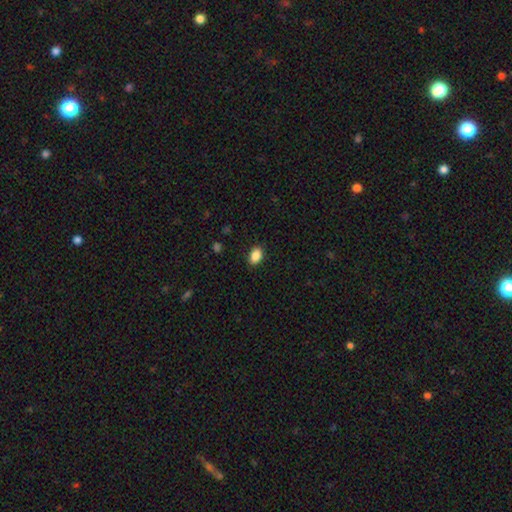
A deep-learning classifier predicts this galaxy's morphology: This is clearly a smooth galaxy (88%). How rounded: likely in between (80%). Merging: clearly none (89%).